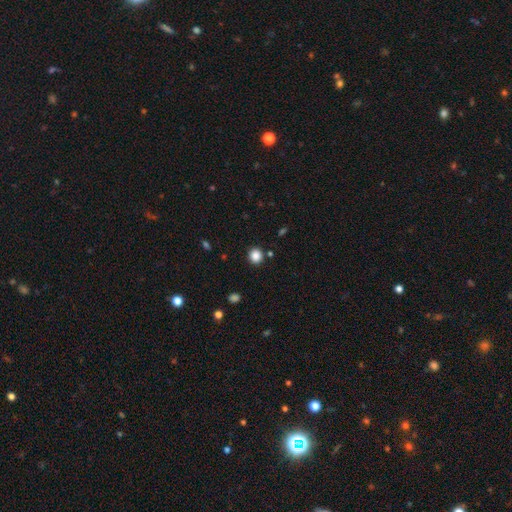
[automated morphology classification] smooth 86%, star or artifact 11%, featured or disk 3%. Down the decision tree: how rounded — round (88%); merging — none (88%).